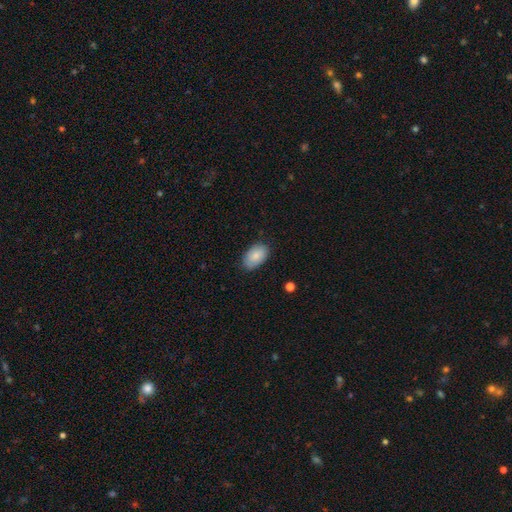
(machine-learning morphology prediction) smooth-or-featured: smooth: 82% | featured or disk: 12% | star or artifact: 6%
  how-rounded: in between: 92% | round: 6% | cigar-shaped: 1%
  merging: none: 80% | minor disturbance: 16% | major disturbance: 3% | merger: 1%